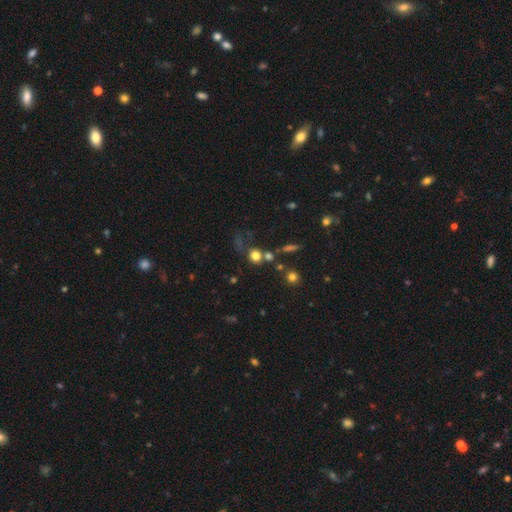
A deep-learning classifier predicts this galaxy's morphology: This appears to be a smooth galaxy with no disk features (73%) that is round (84%). Merging: none (48%).